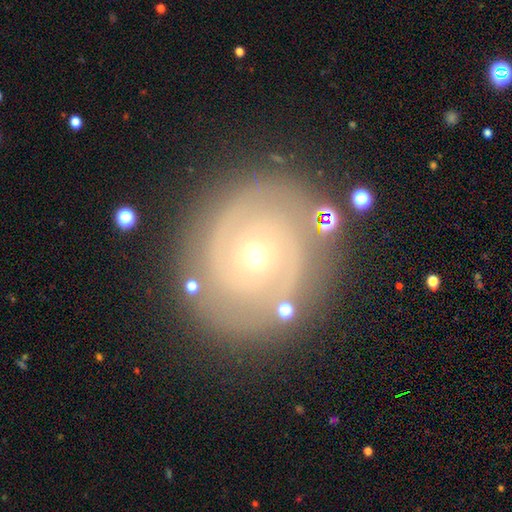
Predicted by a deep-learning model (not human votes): smooth_or_featured: featured or disk (p=0.77) [alt: smooth p=0.15]
disk_edge_on: no (p=0.97) [alt: yes p=0.03]
bar: no (p=0.76) [alt: weak p=0.19]
has_spiral_arms: yes (p=0.88) [alt: no p=0.12]
spiral_winding: tight (p=0.71) [alt: medium p=0.23]
spiral_arm_count: 2 (p=0.61) [alt: can't tell p=0.19]
bulge_size: small (p=0.53) [alt: moderate p=0.43]
merging: none (p=0.81) [alt: minor disturbance p=0.11]